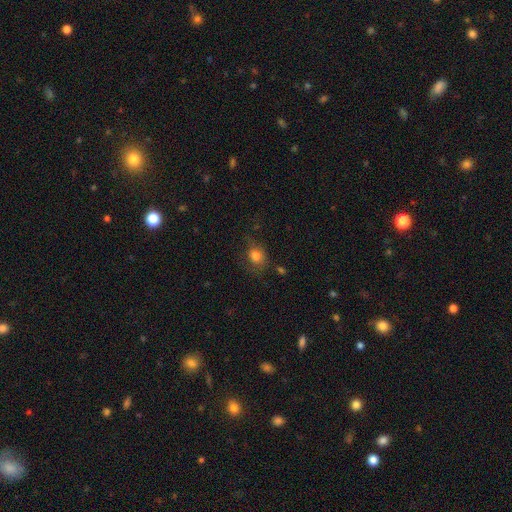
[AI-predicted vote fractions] Overall: smooth (78%). How rounded: round (57%; in between 42%). Merging: none (63%).